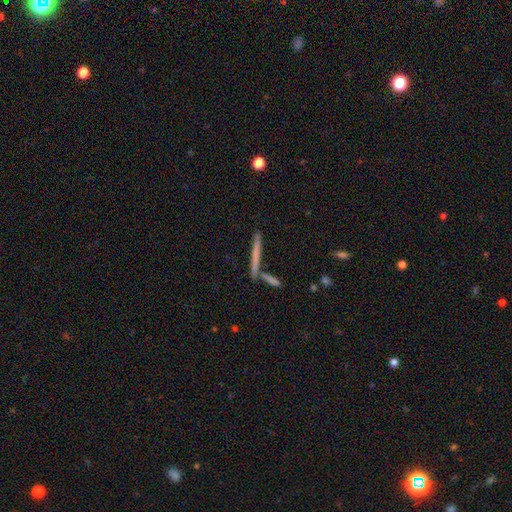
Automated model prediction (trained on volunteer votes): The model was most divided on "smooth or featured": smooth: 53%, featured or disk: 39%, star or artifact: 8%. More confident: how rounded — cigar-shaped (96%); merging — none (77%).